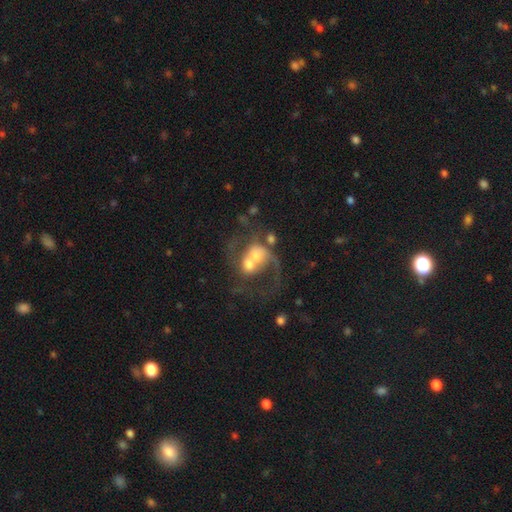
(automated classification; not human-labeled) Smooth or featured? Predicted: featured or disk (p=0.69). Edge-on disk? Predicted: no (p=0.97). Bar? Predicted: no (p=0.68). Spiral arms? Predicted: yes (p=0.76). Spiral winding? Predicted: loose (p=0.55). Spiral arm count? Predicted: 2 (p=0.52). Bulge size? Predicted: moderate (p=0.49). Merging? Predicted: merger (p=0.62).